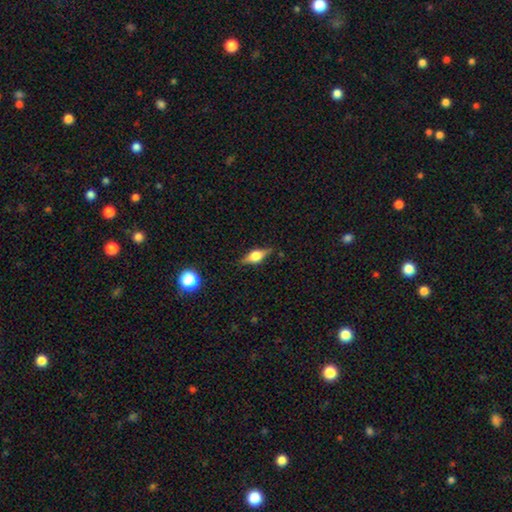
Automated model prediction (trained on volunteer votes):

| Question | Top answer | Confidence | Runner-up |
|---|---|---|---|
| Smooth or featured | featured or disk | 58% | smooth (33%) |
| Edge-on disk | yes | 95% | no (5%) |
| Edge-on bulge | rounded | 88% | boxy (10%) |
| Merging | none | 83% | minor disturbance (12%) |